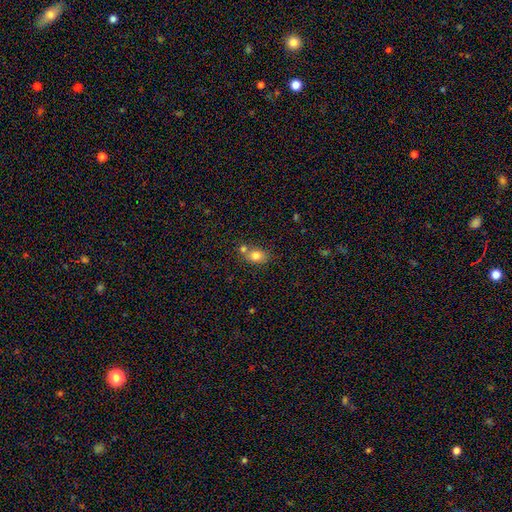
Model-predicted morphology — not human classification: A smooth galaxy with no disk features (80%) that is in between round and cigar-shaped (60%). Merging: none (56%).